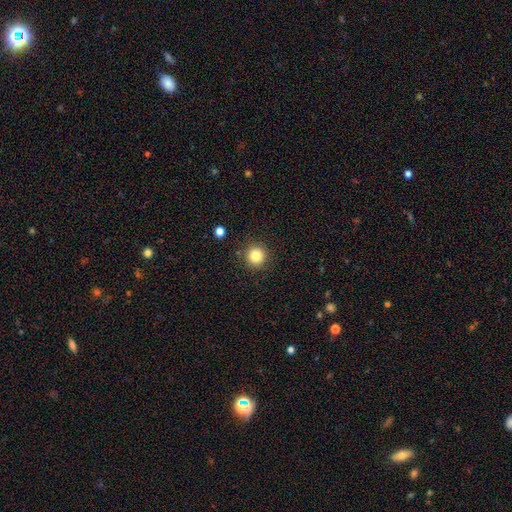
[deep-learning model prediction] Smooth or featured?
  - smooth: 83% *
  - star or artifact: 11%
  - featured or disk: 6%
How rounded?
  - round: 95% *
  - in between: 4%
  - cigar-shaped: 1%
Merging?
  - none: 89% *
  - minor disturbance: 6%
  - major disturbance: 2%
  - merger: 2%